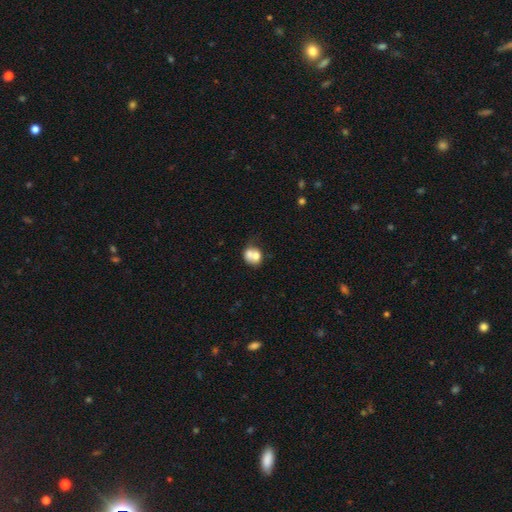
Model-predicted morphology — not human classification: Smooth or featured? smooth (67%)
How rounded? round (58%)
Merging? merger (60%)